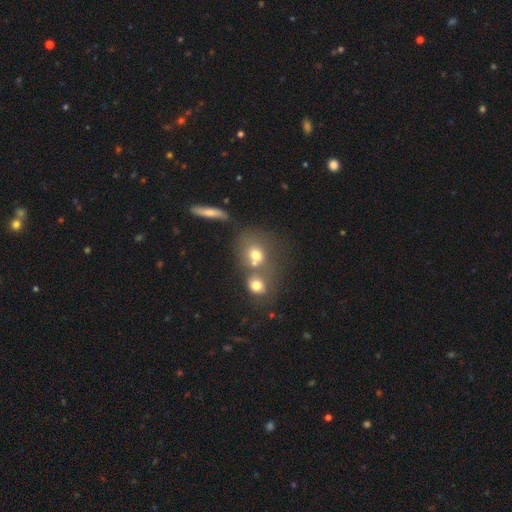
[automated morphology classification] The model was most divided on "merging": merger: 47%, none: 36%, minor disturbance: 10%, major disturbance: 7%. More confident: how rounded — round (69%); smooth or featured — smooth (67%).